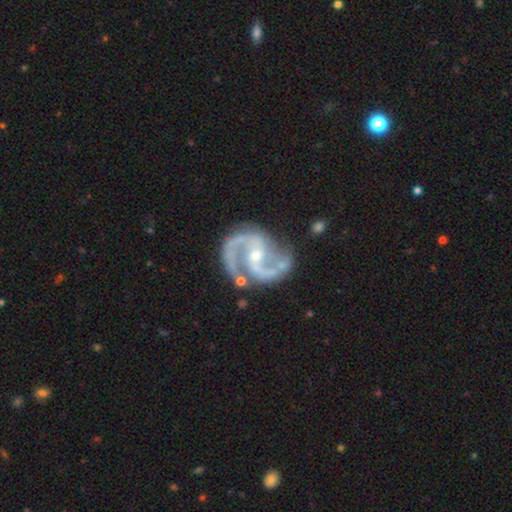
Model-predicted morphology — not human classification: smooth_or_featured: featured or disk (p=0.93) [alt: star or artifact p=0.05]
disk_edge_on: no (p=0.98) [alt: yes p=0.02]
bar: weak (p=0.39) [alt: no p=0.32]
has_spiral_arms: yes (p=0.98) [alt: no p=0.02]
spiral_winding: medium (p=0.66) [alt: loose p=0.19]
spiral_arm_count: 2 (p=0.92) [alt: 3 p=0.03]
bulge_size: small (p=0.55) [alt: moderate p=0.41]
merging: none (p=0.72) [alt: minor disturbance p=0.18]